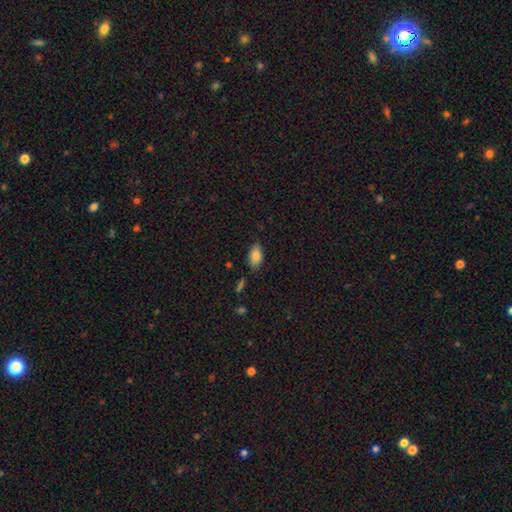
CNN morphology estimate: The model was most divided on "merging": none: 80%, minor disturbance: 15%, major disturbance: 3%, merger: 2%. More confident: how rounded — in between (92%); smooth or featured — smooth (82%).